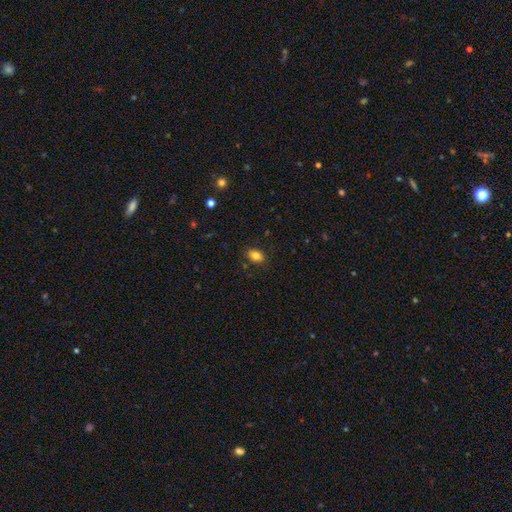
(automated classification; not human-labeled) Smooth or featured: smooth — 81% (star or artifact — 10%)
How rounded: in between — 81% (round — 17%)
Merging: none — 84% (minor disturbance — 12%)